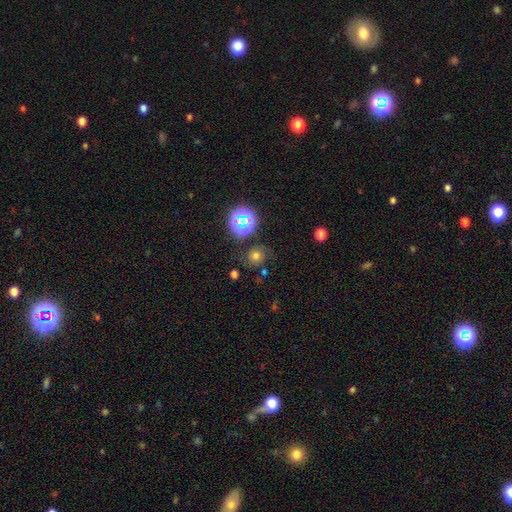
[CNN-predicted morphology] Smooth or featured? Predicted: smooth (p=0.59). How rounded? Predicted: round (p=0.84). Merging? Predicted: none (p=0.73).